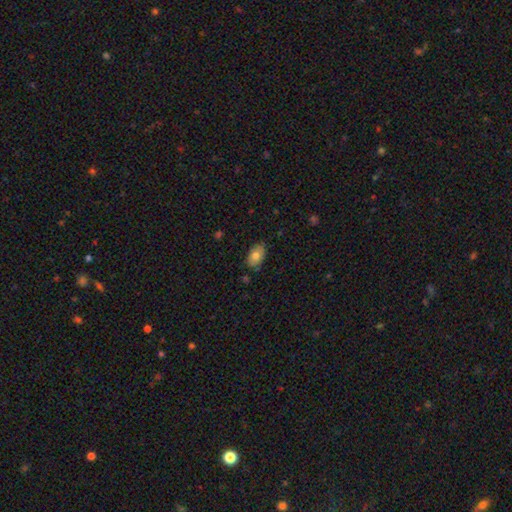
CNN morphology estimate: A smooth galaxy with no disk features (76%) that is in between round and cigar-shaped (90%).

Vote fractions:
- Smooth or featured? smooth: 76% / featured or disk: 16% / star or artifact: 7%
- How rounded? in between: 90% / round: 8% / cigar-shaped: 1%
- Merging? none: 82% / minor disturbance: 15% / major disturbance: 2% / merger: 1%